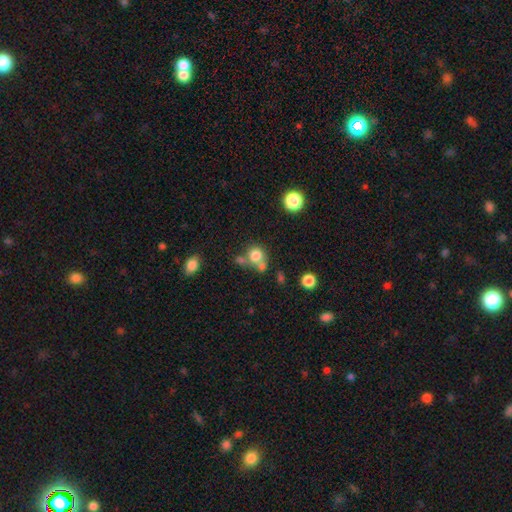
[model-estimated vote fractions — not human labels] Smooth or featured: smooth — 77% (star or artifact — 12%)
How rounded: round — 84% (in between — 15%)
Merging: none — 50% (merger — 35%)